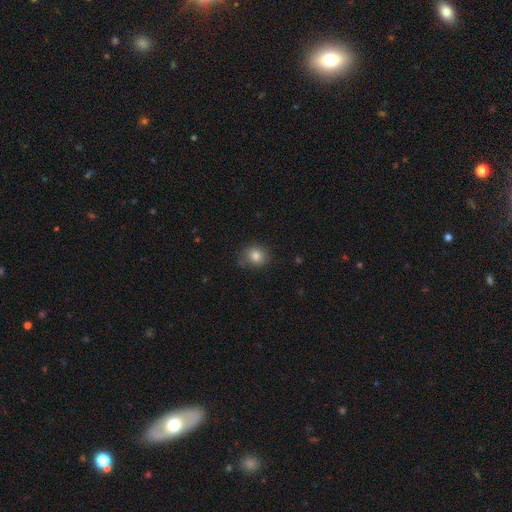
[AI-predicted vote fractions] Q: Smooth or featured?
A: smooth (82%); runner-up: star or artifact (11%)
Q: How rounded?
A: round (72%); runner-up: in between (27%)
Q: Merging?
A: none (78%); runner-up: minor disturbance (17%)